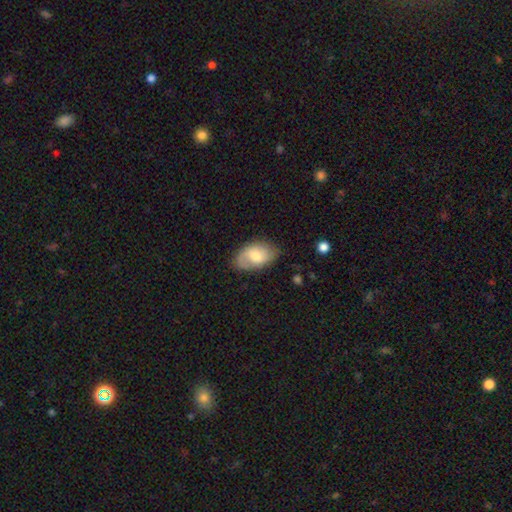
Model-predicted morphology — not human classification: Smooth or featured? Predicted: smooth (p=0.48). Merging? Predicted: none (p=0.72).